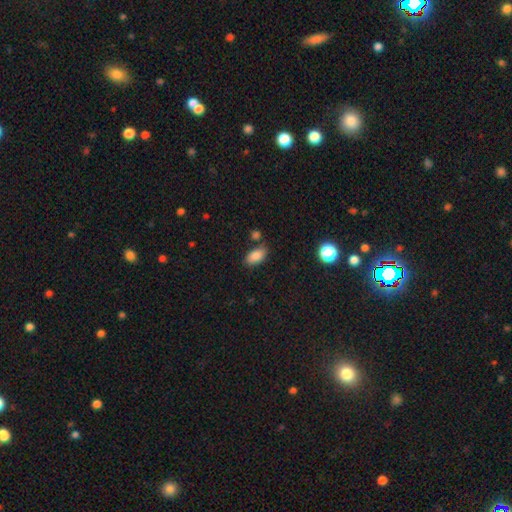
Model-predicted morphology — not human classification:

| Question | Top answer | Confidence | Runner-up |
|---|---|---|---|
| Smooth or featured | smooth | 87% | star or artifact (9%) |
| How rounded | in between | 92% | round (5%) |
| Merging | none | 71% | minor disturbance (15%) |